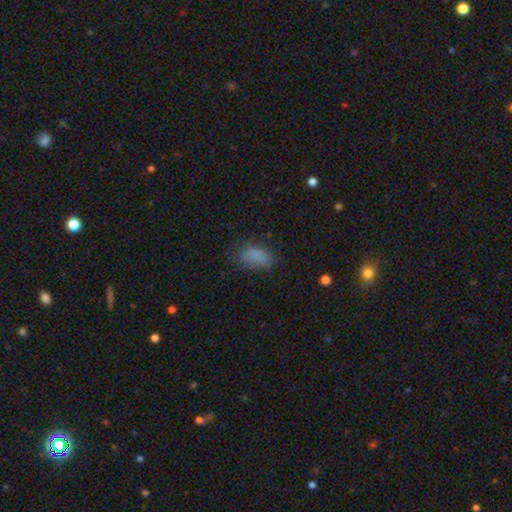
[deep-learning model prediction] Morphology: type=smooth (81%); roundness=in between (90%); merging=none (63%).